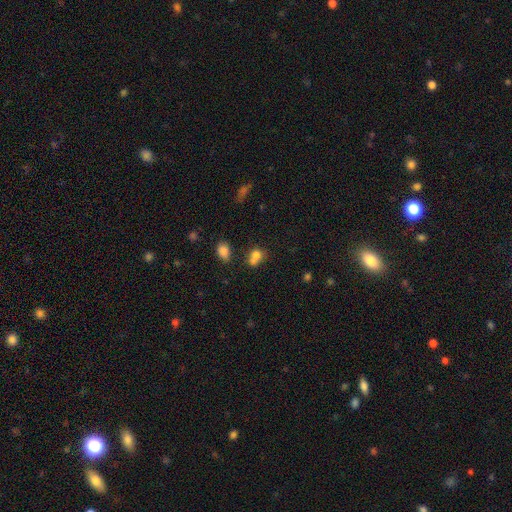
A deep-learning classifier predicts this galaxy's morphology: smooth-or-featured: smooth: 76% | featured or disk: 12% | star or artifact: 12%
  how-rounded: round: 59% | in between: 40% | cigar-shaped: 1%
  merging: merger: 51% | none: 32% | minor disturbance: 11% | major disturbance: 6%